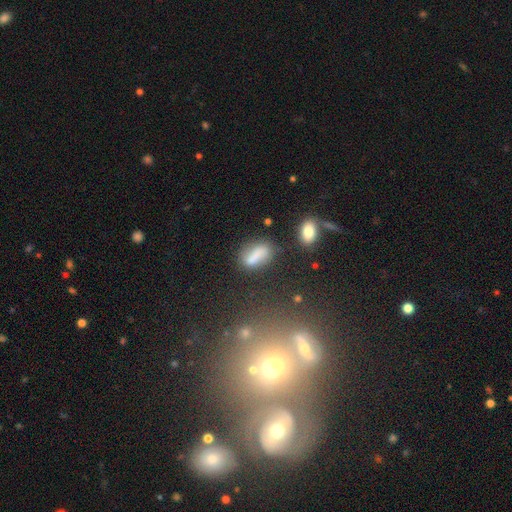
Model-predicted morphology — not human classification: This appears to be a smooth galaxy with no disk features (71%) that is in between round and cigar-shaped (72%). Merging: none (61%).